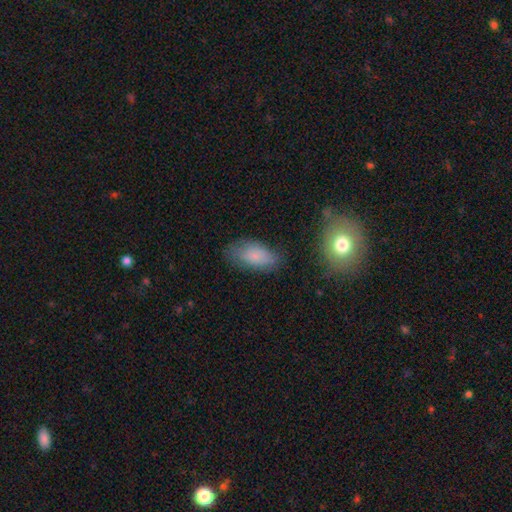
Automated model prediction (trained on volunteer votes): Smooth or featured? smooth (82%)
How rounded? in between (92%)
Merging? none (70%)